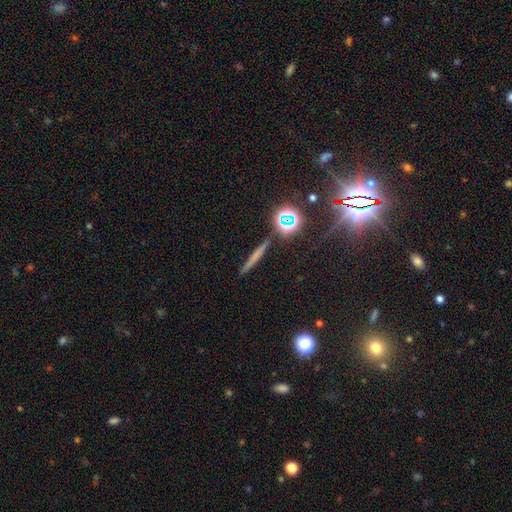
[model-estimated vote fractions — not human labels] smooth-or-featured: smooth: 50% | featured or disk: 30% | star or artifact: 19%
  how-rounded: cigar-shaped: 88% | round: 7% | in between: 5%
  merging: none: 89% | minor disturbance: 7% | merger: 2% | major disturbance: 2%